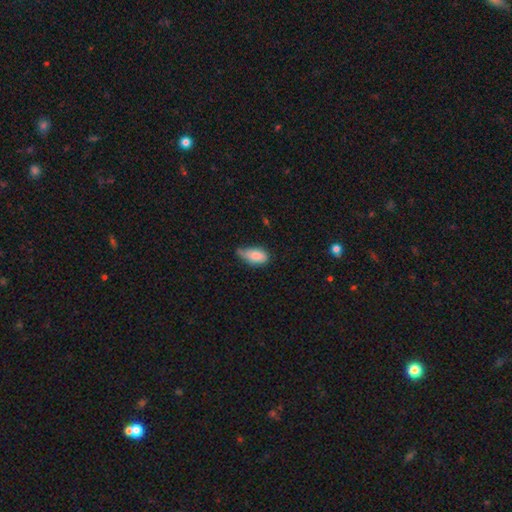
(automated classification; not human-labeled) Smooth or featured: smooth — 80% (featured or disk — 12%)
How rounded: in between — 91% (cigar-shaped — 5%)
Merging: minor disturbance — 48% (none — 34%)